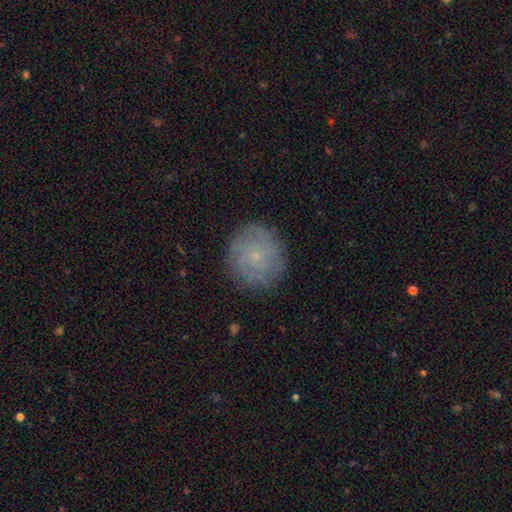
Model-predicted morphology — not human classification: Smooth or featured?
  - smooth: 49% *
  - featured or disk: 39%
  - star or artifact: 12%
Merging?
  - none: 85% *
  - minor disturbance: 11%
  - major disturbance: 3%
  - merger: 1%